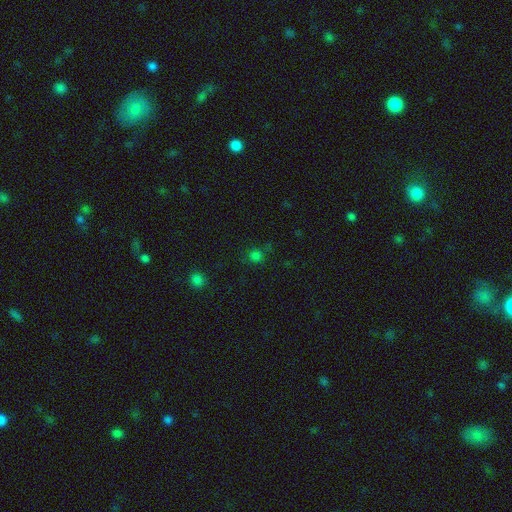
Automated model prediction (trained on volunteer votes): This appears to be a smooth galaxy with no disk features (71%) that is round (89%). Merging: none (78%).